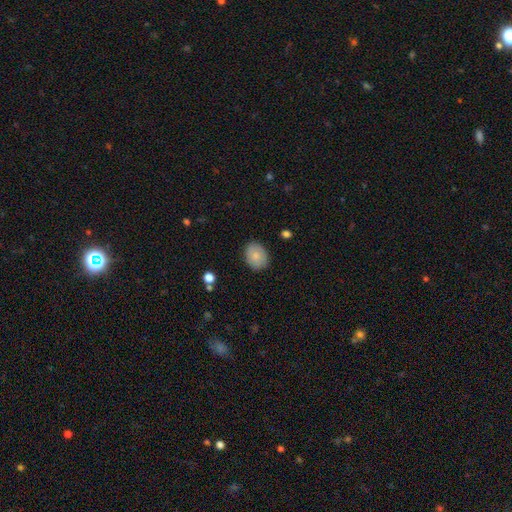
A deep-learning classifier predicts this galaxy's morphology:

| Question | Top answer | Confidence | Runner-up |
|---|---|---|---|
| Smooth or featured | smooth | 81% | featured or disk (12%) |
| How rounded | in between | 61% | round (38%) |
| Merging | none | 86% | minor disturbance (11%) |